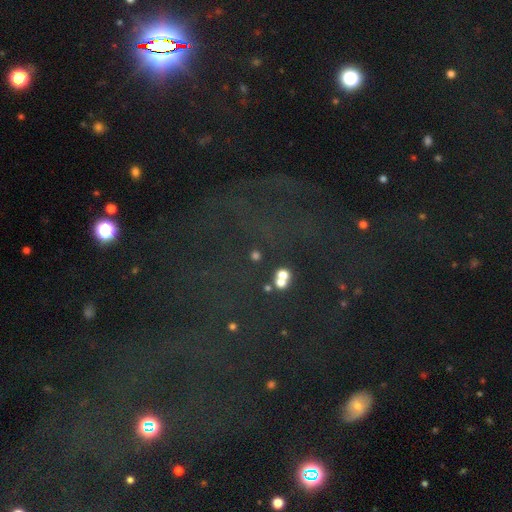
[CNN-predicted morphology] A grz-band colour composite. It shows a star or artifact, not a galaxy (63%).